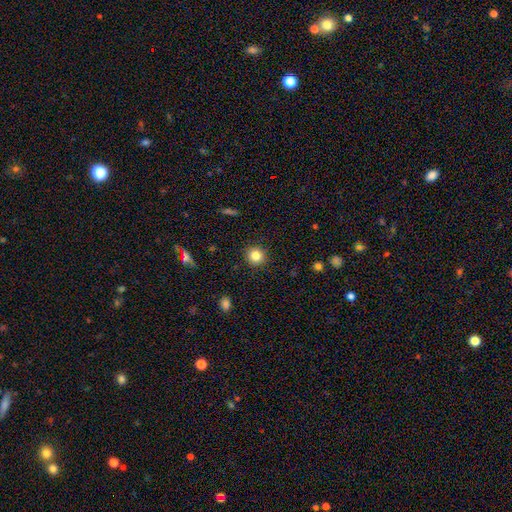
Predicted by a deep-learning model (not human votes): smooth 84%, star or artifact 11%, featured or disk 6%. Down the decision tree: how rounded — round (93%); merging — none (92%).